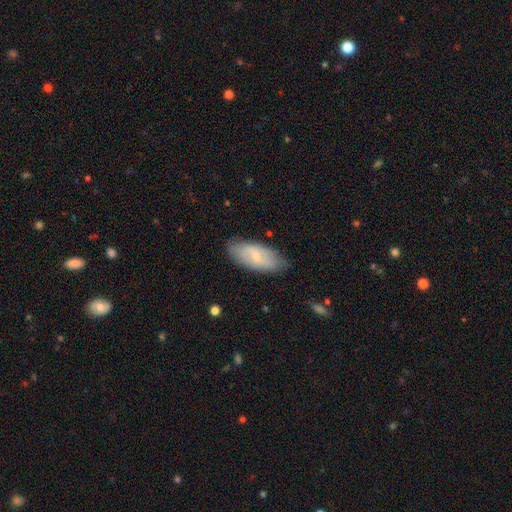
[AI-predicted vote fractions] This is possibly a smooth galaxy (50%). Merging: clearly none (81%).